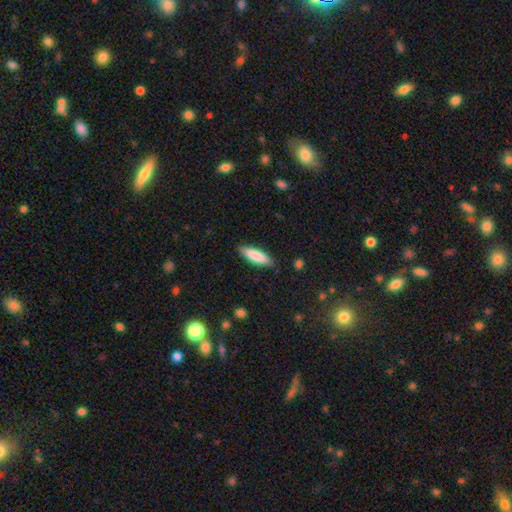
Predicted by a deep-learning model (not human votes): Overall: smooth (84%). How rounded: cigar-shaped (52%; in between 47%). Merging: none (87%).